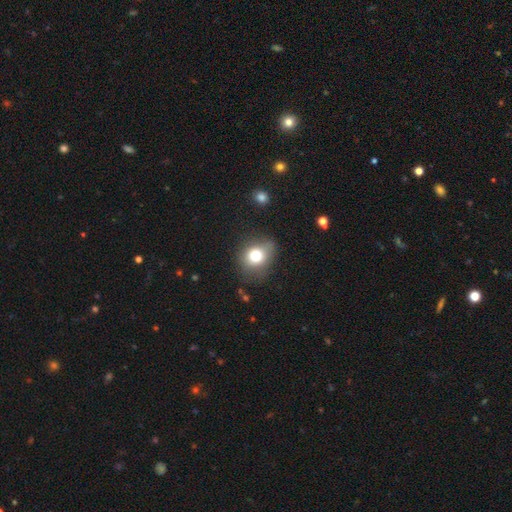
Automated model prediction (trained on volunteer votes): Overall: smooth (74%). How rounded: round (61%; in between 38%). Merging: none (63%; minor disturbance 25%).